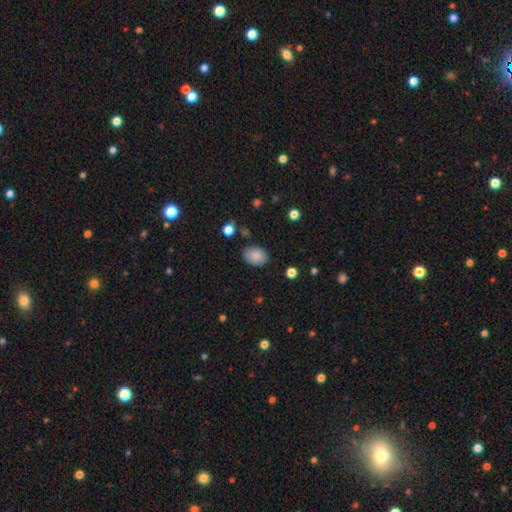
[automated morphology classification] This appears to be a smooth galaxy with no disk features (86%) that is in between round and cigar-shaped (76%). Merging: none (81%).